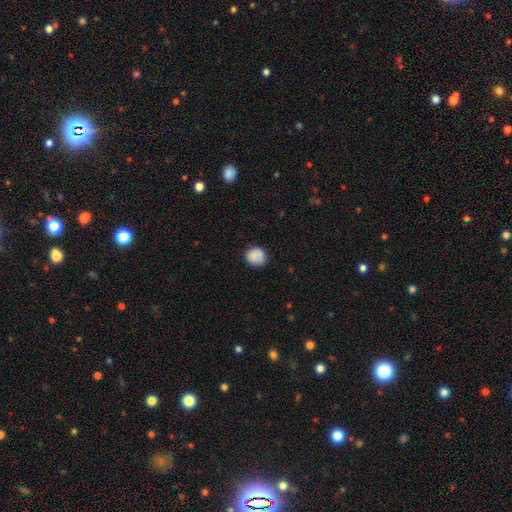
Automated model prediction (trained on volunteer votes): A smooth galaxy with no disk features (83%) that is round (81%). Merging: none (79%).